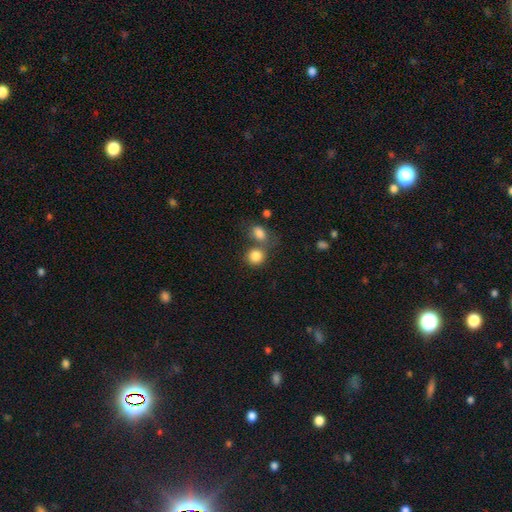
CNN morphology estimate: A smooth galaxy with no disk features (84%) that is round (78%).

Vote fractions:
- Smooth or featured? smooth: 84% / star or artifact: 9% / featured or disk: 6%
- How rounded? round: 78% / in between: 21% / cigar-shaped: 1%
- Merging? none: 51% / merger: 35% / minor disturbance: 10% / major disturbance: 4%